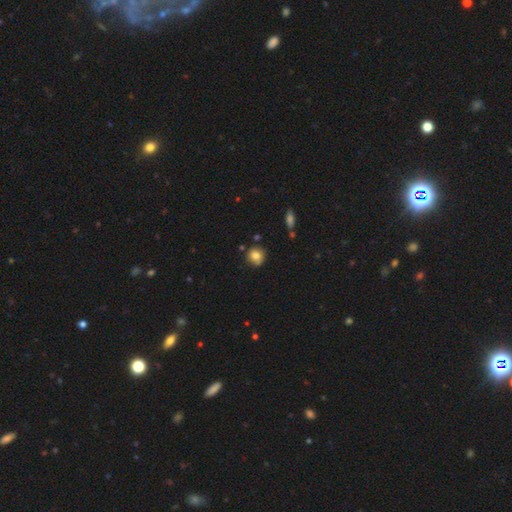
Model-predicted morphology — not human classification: This is clearly a smooth galaxy (80%). How rounded: clearly round (89%). Merging: likely none (75%).